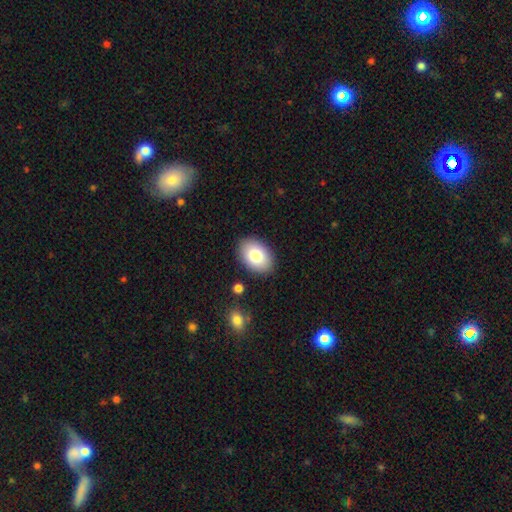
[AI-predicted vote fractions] A smooth galaxy with no disk features (82%) that is in between round and cigar-shaped (85%). Merging: none (87%).